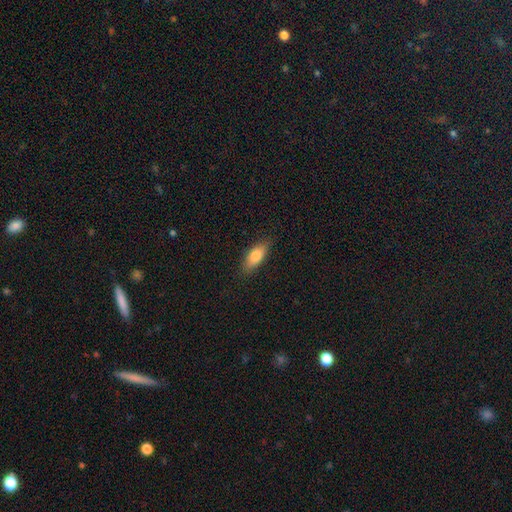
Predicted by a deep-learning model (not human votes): Morphology: type=smooth (77%); roundness=in between (75%); merging=none (85%).